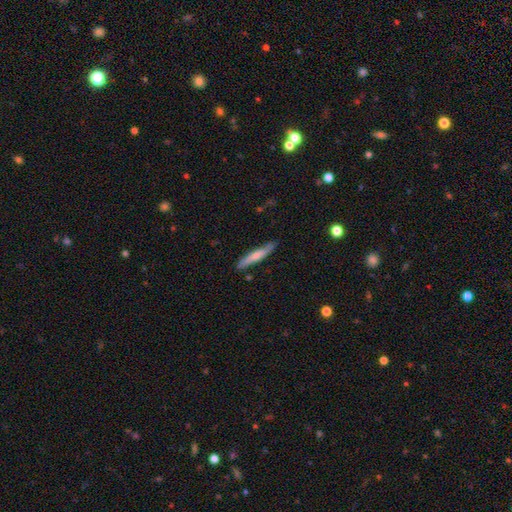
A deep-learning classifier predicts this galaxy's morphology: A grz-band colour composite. It shows a smooth galaxy with no disk features (60%) that is cigar-shaped (93%). Merging: none (81%).